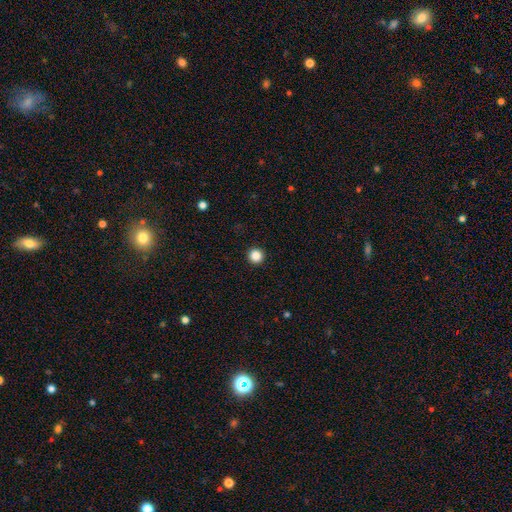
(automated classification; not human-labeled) Overall: smooth (87%). How rounded: round (96%). Merging: none (94%).